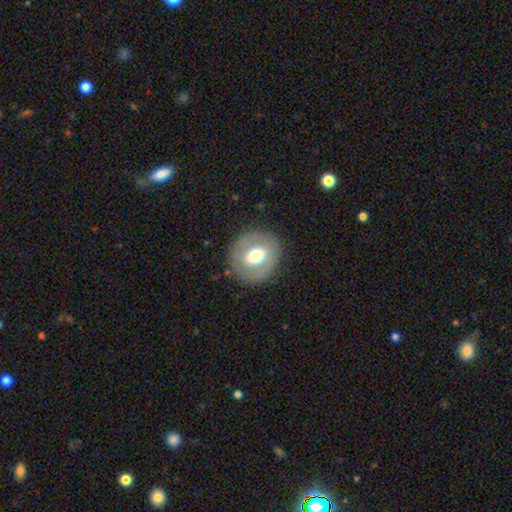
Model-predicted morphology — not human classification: This is possibly a smooth galaxy (53%). How rounded: likely round (79%). Merging: clearly none (84%).